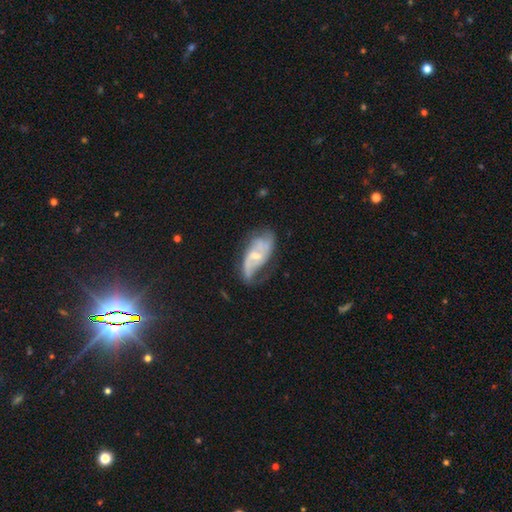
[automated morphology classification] type=featured or disk (74%); edge-on=no (94%); bar=no (46%); spiral arms=yes (87%); winding=medium (42%); arm count=2 (62%); bulge=small (53%); merging=none (48%).